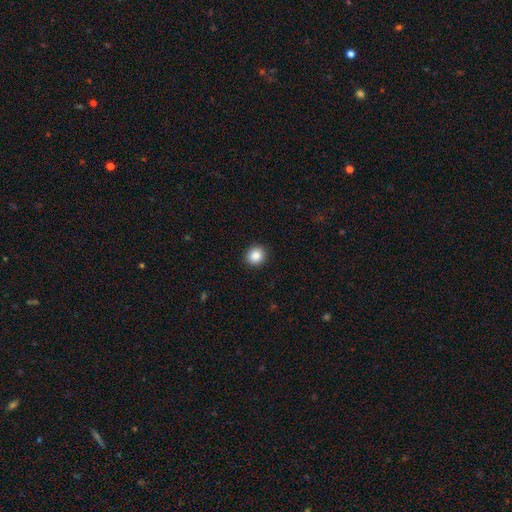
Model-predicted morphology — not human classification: Q: Smooth or featured?
A: smooth (87%); runner-up: star or artifact (9%)
Q: How rounded?
A: round (84%); runner-up: in between (15%)
Q: Merging?
A: none (92%); runner-up: minor disturbance (6%)